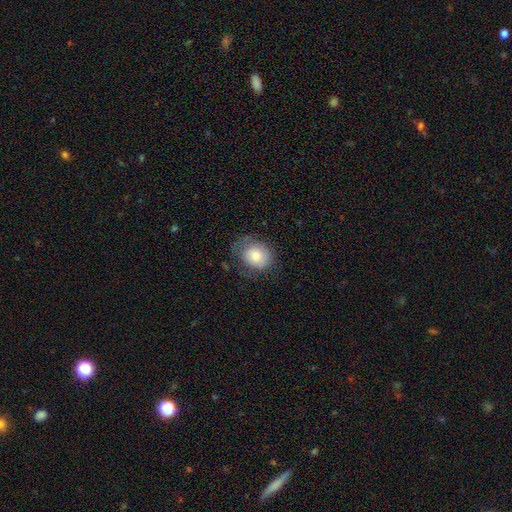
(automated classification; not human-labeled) Q: Smooth or featured?
A: smooth (78%); runner-up: featured or disk (14%)
Q: How rounded?
A: round (61%); runner-up: in between (38%)
Q: Merging?
A: none (62%); runner-up: minor disturbance (26%)